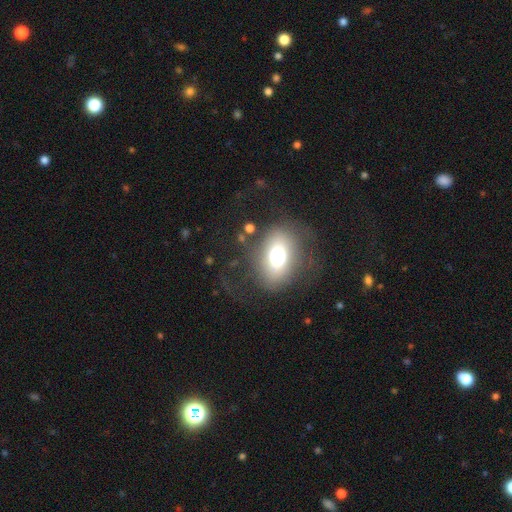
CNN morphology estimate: smooth 51%, featured or disk 34%, star or artifact 15%. Down the decision tree: how rounded — in between (70%); merging — none (70%).